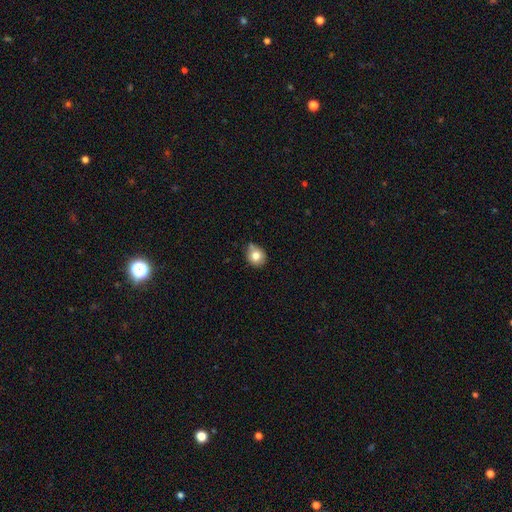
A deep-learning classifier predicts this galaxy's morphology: smooth_or_featured: smooth (p=0.80) [alt: featured or disk p=0.10]
how_rounded: round (p=0.73) [alt: in between p=0.26]
merging: none (p=0.63) [alt: minor disturbance p=0.28]